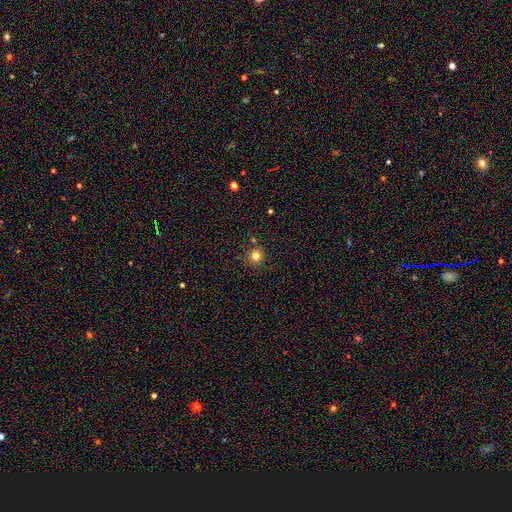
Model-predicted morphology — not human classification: type=smooth (79%); roundness=round (94%); merging=none (87%).